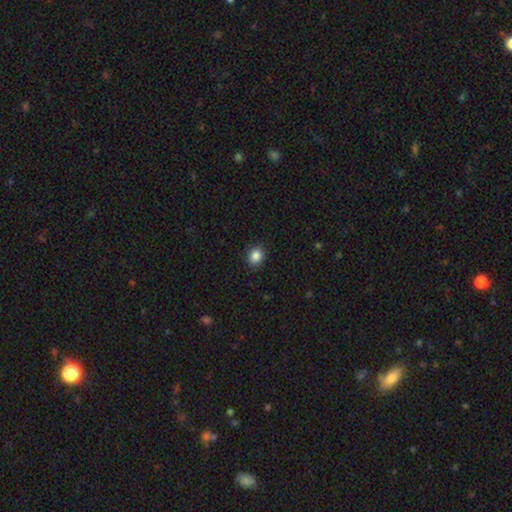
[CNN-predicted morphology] Q: Smooth or featured?
A: smooth (86%); runner-up: star or artifact (10%)
Q: How rounded?
A: round (66%); runner-up: in between (33%)
Q: Merging?
A: none (89%); runner-up: minor disturbance (8%)